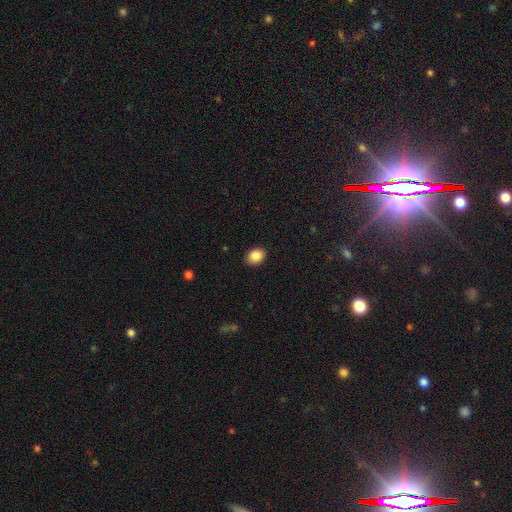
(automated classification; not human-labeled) Smooth or featured?
  - smooth: 87% *
  - star or artifact: 9%
  - featured or disk: 4%
How rounded?
  - in between: 57% *
  - round: 42%
  - cigar-shaped: 1%
Merging?
  - none: 90% *
  - minor disturbance: 7%
  - major disturbance: 2%
  - merger: 1%